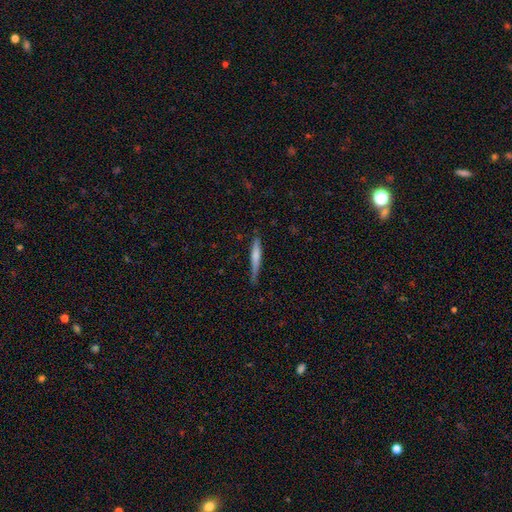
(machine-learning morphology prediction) smooth 61%, featured or disk 33%, star or artifact 6%. Down the decision tree: how rounded — cigar-shaped (94%); merging — none (77%).